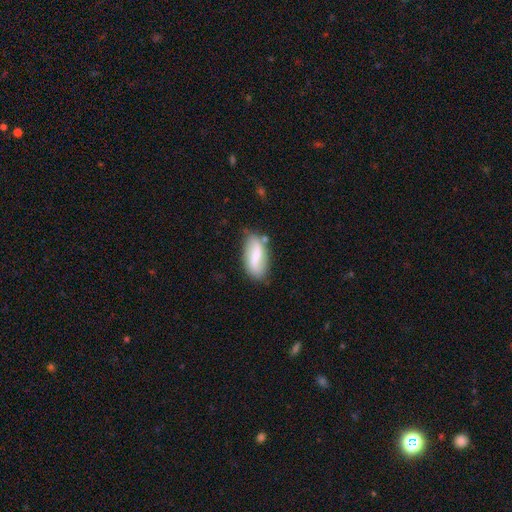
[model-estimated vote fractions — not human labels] featured or disk 51%, smooth 42%, star or artifact 7%. Down the decision tree: edge-on disk — no (92%); merging — none (72%).